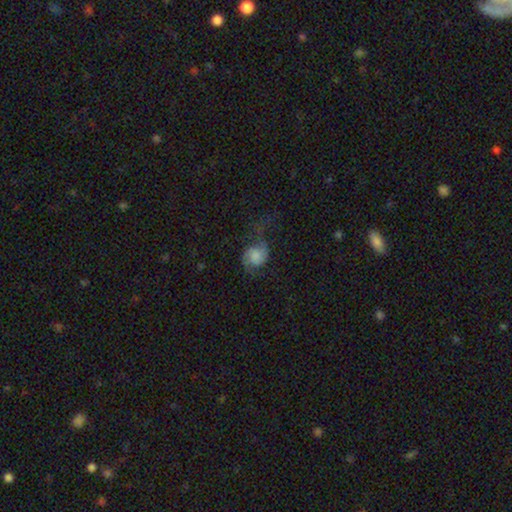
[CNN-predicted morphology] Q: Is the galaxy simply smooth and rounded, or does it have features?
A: featured or disk — 50%.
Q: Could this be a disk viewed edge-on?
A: no — 97%.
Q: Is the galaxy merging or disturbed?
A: none — 40%.